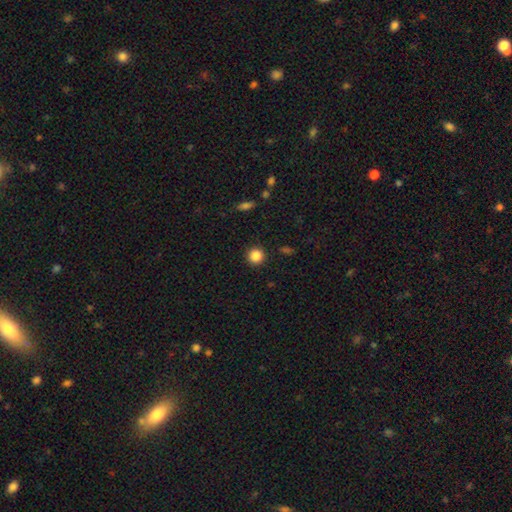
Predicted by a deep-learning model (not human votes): A smooth galaxy with no disk features (85%) that is round (93%). Merging: none (91%).